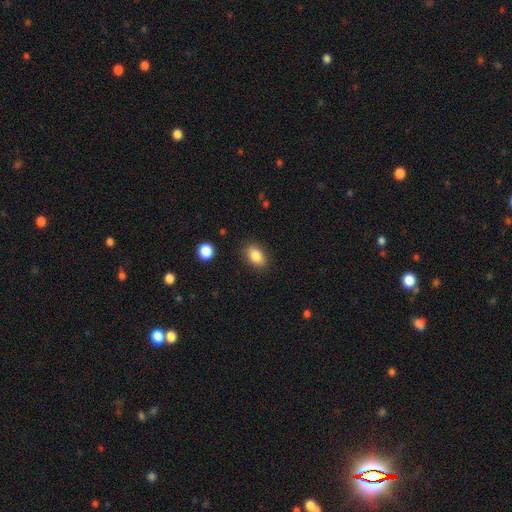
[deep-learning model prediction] Smooth or featured? Predicted: smooth (p=0.84). How rounded? Predicted: in between (p=0.82). Merging? Predicted: none (p=0.85).